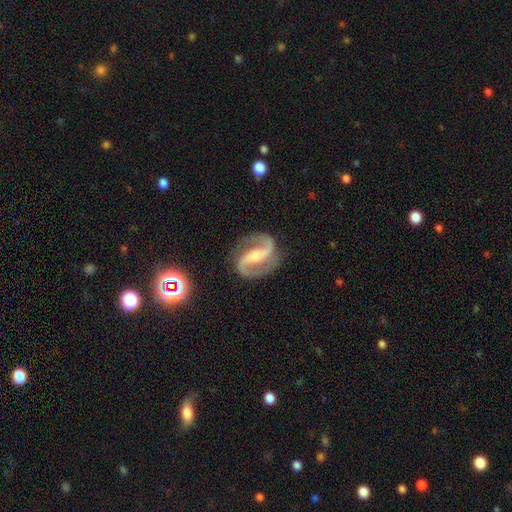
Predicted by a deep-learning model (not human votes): Morphology: type=featured or disk (93%); edge-on=no (98%); bar=strong (53%); spiral arms=yes (98%); winding=medium (56%); arm count=2 (95%); bulge=small (58%); merging=none (86%).